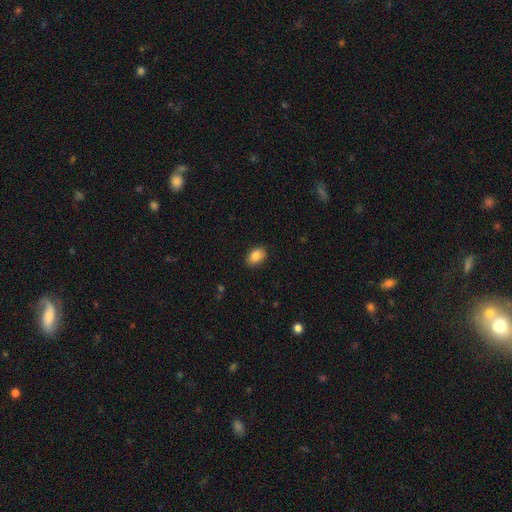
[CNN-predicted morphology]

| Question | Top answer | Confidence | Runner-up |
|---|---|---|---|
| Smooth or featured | smooth | 87% | star or artifact (7%) |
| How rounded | in between | 87% | round (12%) |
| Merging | none | 86% | minor disturbance (11%) |